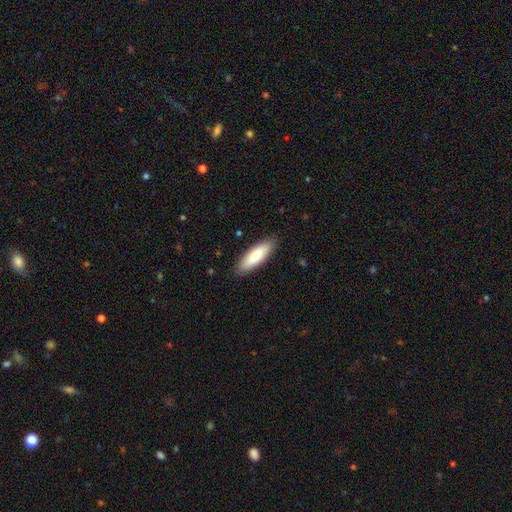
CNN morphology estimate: A smooth galaxy with no disk features (85%) that is in between round and cigar-shaped (52%). Merging: none (88%).